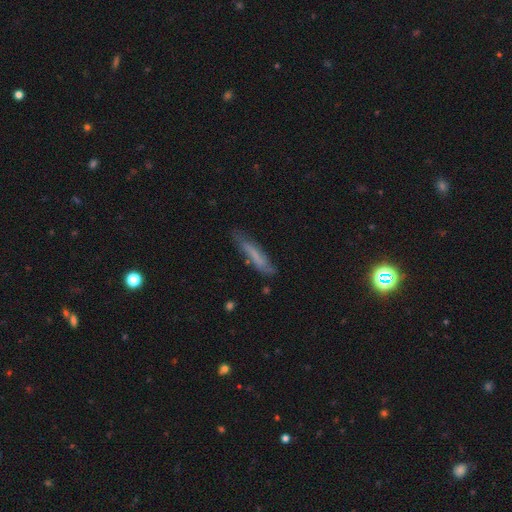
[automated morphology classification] smooth-or-featured: smooth: 58% | featured or disk: 33% | star or artifact: 9%
  how-rounded: cigar-shaped: 87% | in between: 11% | round: 2%
  merging: none: 64% | minor disturbance: 26% | major disturbance: 7% | merger: 3%